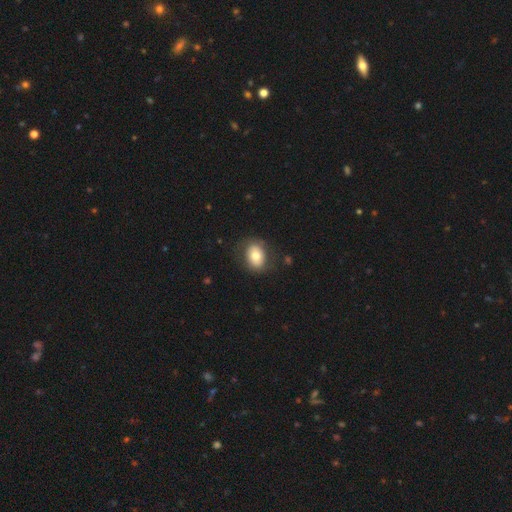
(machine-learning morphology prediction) Overall: smooth (74%). How rounded: in between (69%; round 30%). Merging: none (78%).